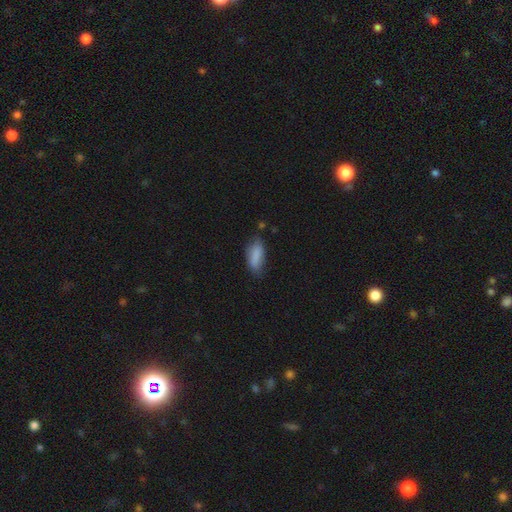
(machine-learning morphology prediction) Smooth or featured: smooth — 83% (featured or disk — 9%)
How rounded: in between — 77% (cigar-shaped — 21%)
Merging: none — 62% (minor disturbance — 29%)